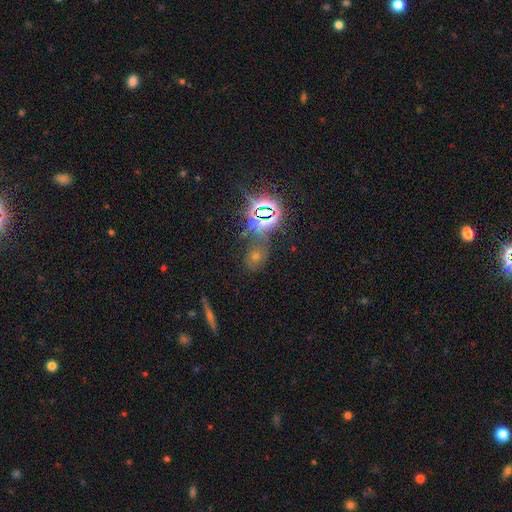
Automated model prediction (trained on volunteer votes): A star or artifact, not a galaxy (61%).

Vote fractions:
- Smooth or featured? star or artifact: 61% / smooth: 26% / featured or disk: 14%